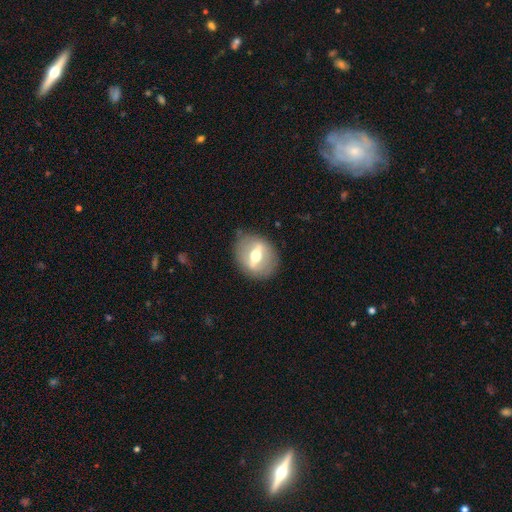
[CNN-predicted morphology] A featured or disk galaxy (67%). Merging: none (82%).